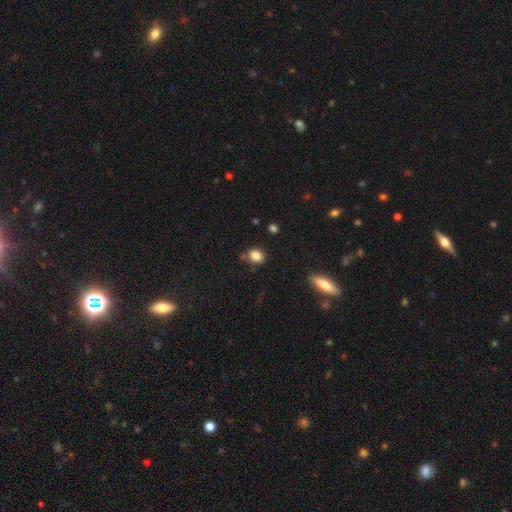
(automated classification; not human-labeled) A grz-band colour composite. It shows a smooth galaxy with no disk features (84%) that is round (50%). Merging: none (73%).